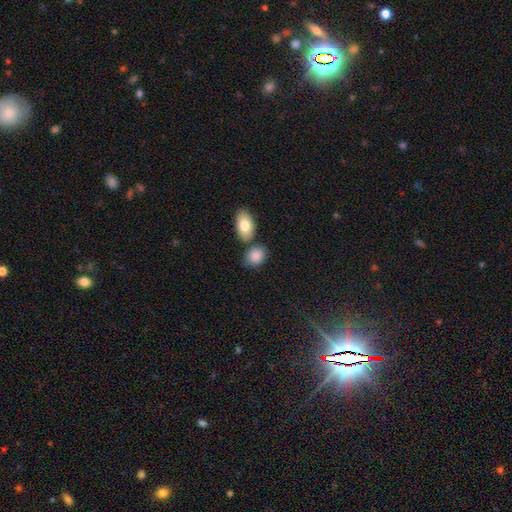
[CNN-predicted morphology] Smooth or featured?
  - smooth: 86% *
  - featured or disk: 8%
  - star or artifact: 7%
How rounded?
  - in between: 75% *
  - round: 23%
  - cigar-shaped: 2%
Merging?
  - none: 57% *
  - merger: 21%
  - minor disturbance: 16%
  - major disturbance: 5%